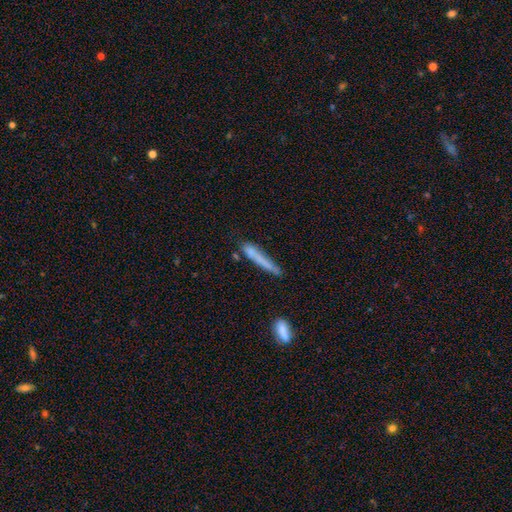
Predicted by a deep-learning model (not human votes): A smooth galaxy with no disk features (64%) that is cigar-shaped (94%). Merging: none (70%).